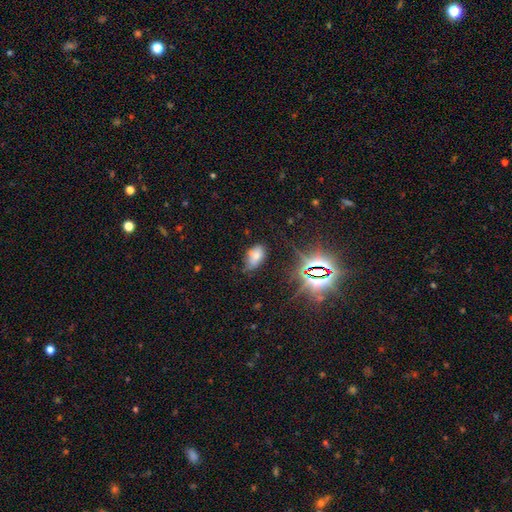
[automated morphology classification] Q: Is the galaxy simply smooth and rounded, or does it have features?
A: smooth — 65%.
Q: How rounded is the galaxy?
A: in between — 92%.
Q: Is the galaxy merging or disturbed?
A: none — 53%.